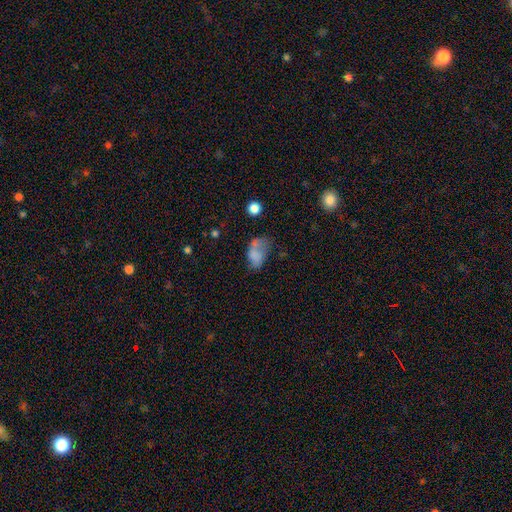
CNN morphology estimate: A smooth galaxy with no disk features (64%) that is in between round and cigar-shaped (87%). Merging: major disturbance (30%).